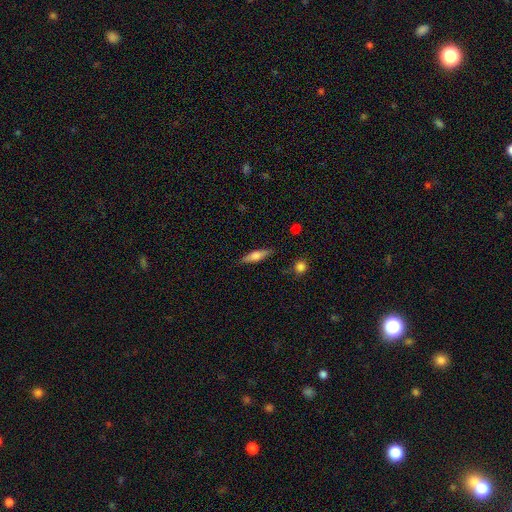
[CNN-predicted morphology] Smooth or featured? Predicted: smooth (p=0.56). How rounded? Predicted: cigar-shaped (p=0.59). Merging? Predicted: none (p=0.85).